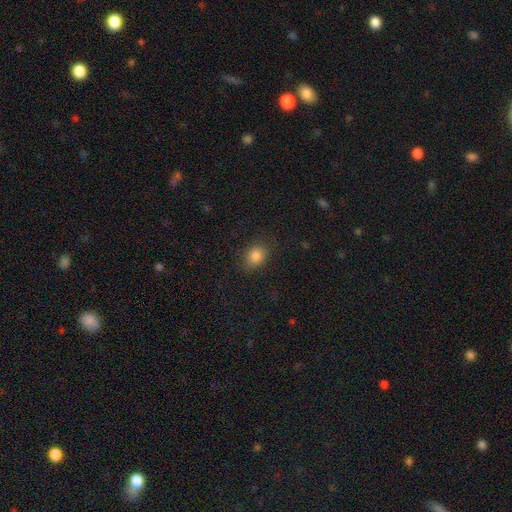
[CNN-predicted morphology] Smooth or featured: smooth — 84% (star or artifact — 11%)
How rounded: in between — 52% (round — 47%)
Merging: none — 82% (minor disturbance — 13%)